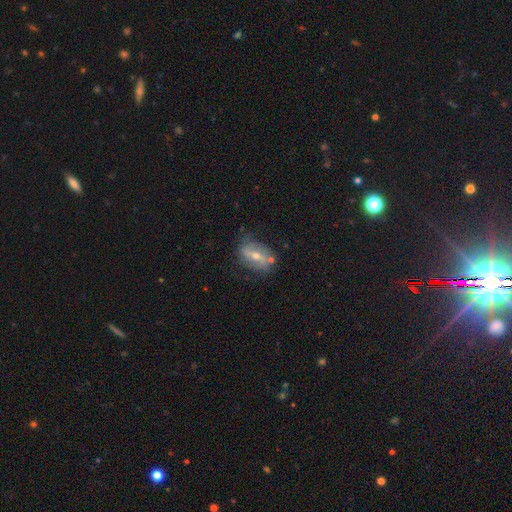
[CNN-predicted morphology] smooth_or_featured: featured or disk (p=0.61) [alt: smooth p=0.31]
disk_edge_on: no (p=0.84) [alt: yes p=0.16]
bar: strong (p=0.51) [alt: weak p=0.30]
has_spiral_arms: yes (p=0.57) [alt: no p=0.43]
bulge_size: moderate (p=0.53) [alt: small p=0.43]
merging: none (p=0.66) [alt: minor disturbance p=0.21]